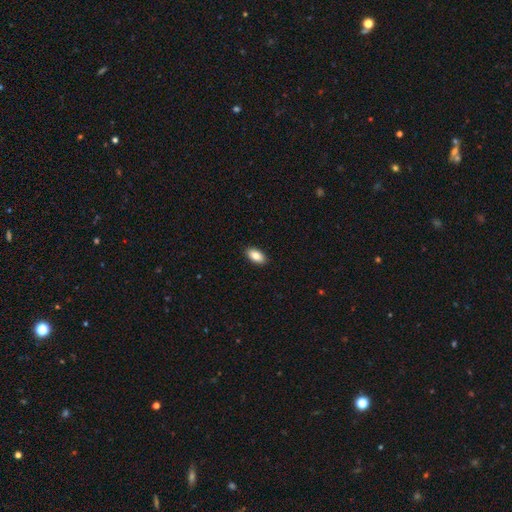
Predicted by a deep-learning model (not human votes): A smooth galaxy with no disk features (84%) that is in between round and cigar-shaped (93%). Merging: none (91%).